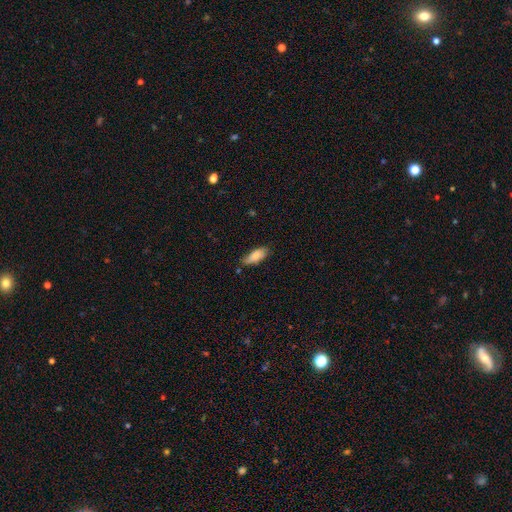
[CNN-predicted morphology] smooth-or-featured: smooth: 82% | featured or disk: 11% | star or artifact: 7%
  how-rounded: in between: 77% | cigar-shaped: 21% | round: 2%
  merging: none: 69% | minor disturbance: 25% | major disturbance: 4% | merger: 3%